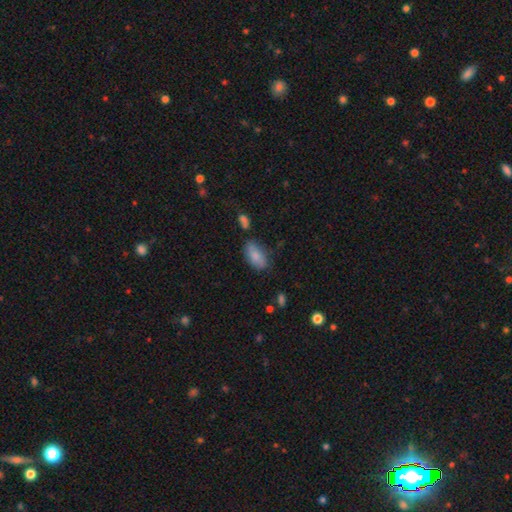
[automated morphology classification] Q: Smooth or featured?
A: smooth (82%); runner-up: featured or disk (11%)
Q: How rounded?
A: in between (92%); runner-up: cigar-shaped (4%)
Q: Merging?
A: none (63%); runner-up: minor disturbance (24%)